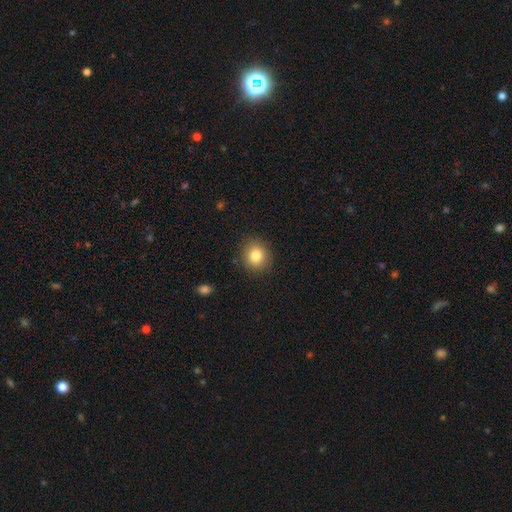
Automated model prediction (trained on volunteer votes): Morphology: type=smooth (82%); roundness=round (82%); merging=none (89%).